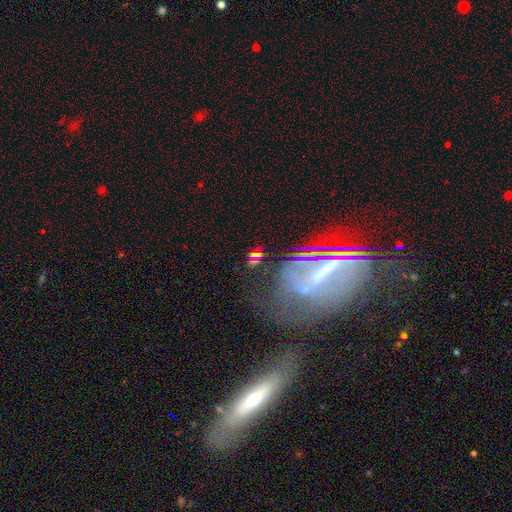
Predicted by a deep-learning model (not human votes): A star or artifact, not a galaxy (41%).

Vote fractions:
- Smooth or featured? star or artifact: 41% / smooth: 35% / featured or disk: 24%